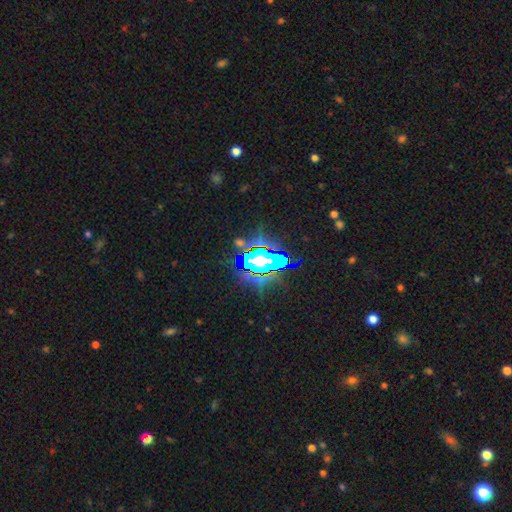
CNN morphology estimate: Q: Smooth or featured?
A: star or artifact (77%); runner-up: smooth (12%)